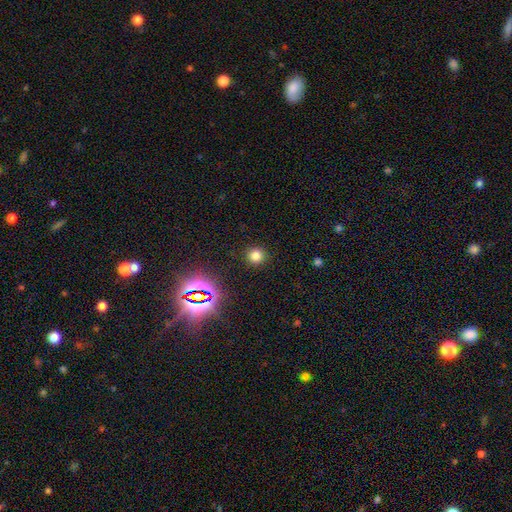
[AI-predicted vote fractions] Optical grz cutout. It shows a smooth galaxy with no disk features (76%) that is round (92%). Merging: none (91%).